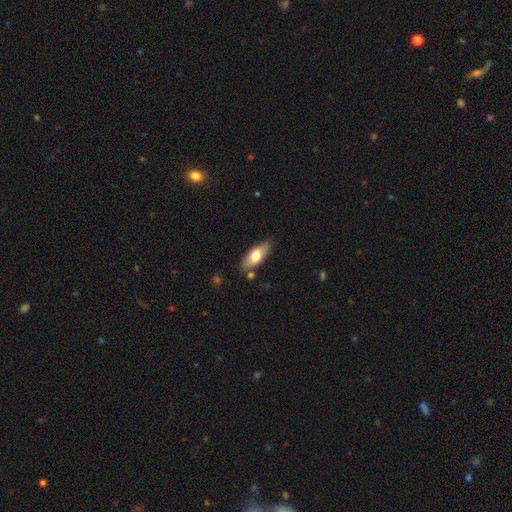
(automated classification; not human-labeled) This is likely a smooth galaxy (68%). How rounded: likely in between (77%). Merging: clearly none (80%).